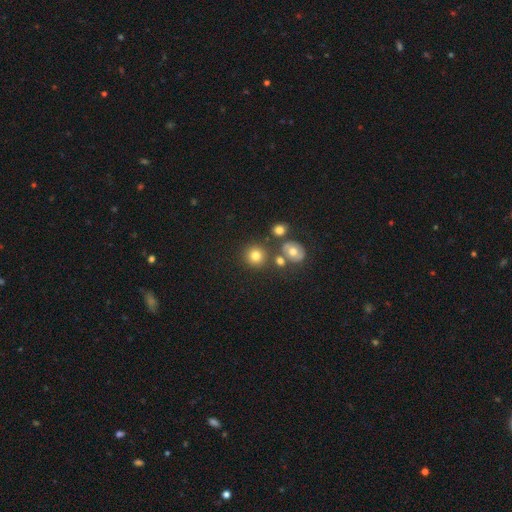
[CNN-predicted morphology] smooth_or_featured: smooth (p=0.76) [alt: star or artifact p=0.14]
how_rounded: round (p=0.89) [alt: in between p=0.10]
merging: none (p=0.76) [alt: merger p=0.10]